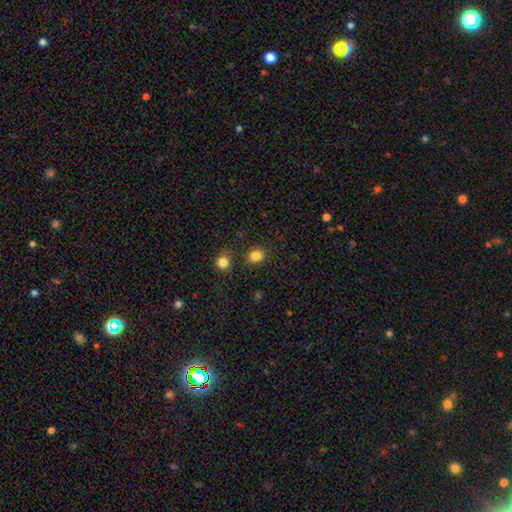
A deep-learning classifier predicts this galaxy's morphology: smooth_or_featured: smooth (p=0.84) [alt: star or artifact p=0.11]
how_rounded: round (p=0.54) [alt: in between p=0.45]
merging: none (p=0.80) [alt: minor disturbance p=0.10]